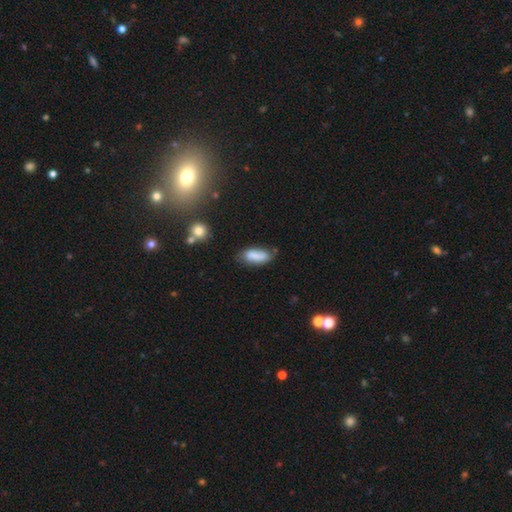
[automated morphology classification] smooth 80%, featured or disk 12%, star or artifact 8%. Down the decision tree: how rounded — in between (77%); merging — none (63%).